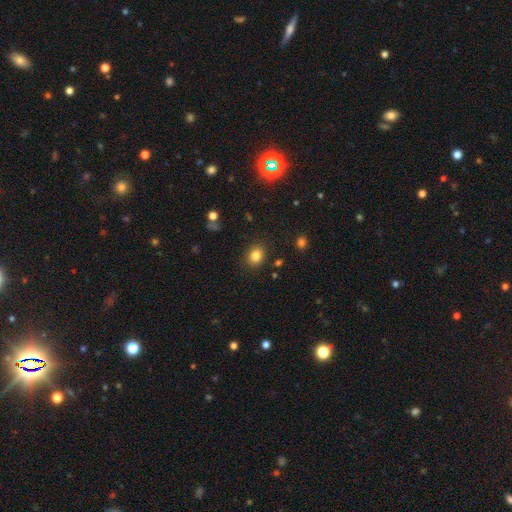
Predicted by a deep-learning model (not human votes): Smooth or featured? Predicted: smooth (p=0.83). How rounded? Predicted: round (p=0.51). Merging? Predicted: none (p=0.85).